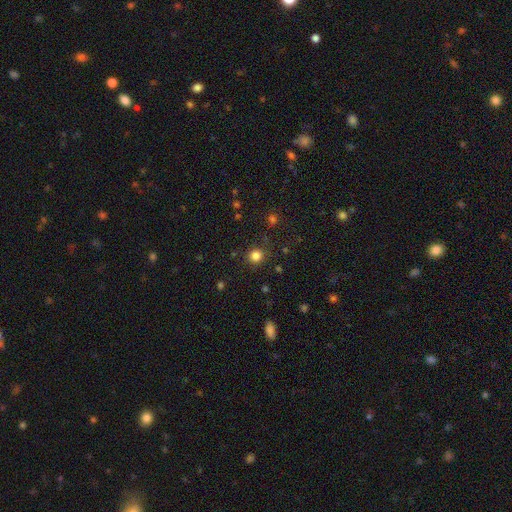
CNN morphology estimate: A smooth galaxy with no disk features (82%) that is round (90%).

Vote fractions:
- Smooth or featured? smooth: 82% / star or artifact: 14% / featured or disk: 4%
- How rounded? round: 90% / in between: 9% / cigar-shaped: 1%
- Merging? none: 87% / minor disturbance: 8% / major disturbance: 3% / merger: 2%